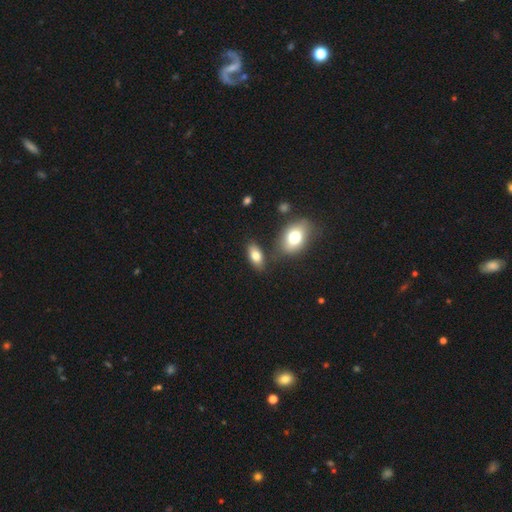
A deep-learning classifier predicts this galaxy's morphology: The model was most divided on "merging": none: 75%, minor disturbance: 12%, merger: 10%, major disturbance: 3%. More confident: how rounded — in between (89%); smooth or featured — smooth (78%).